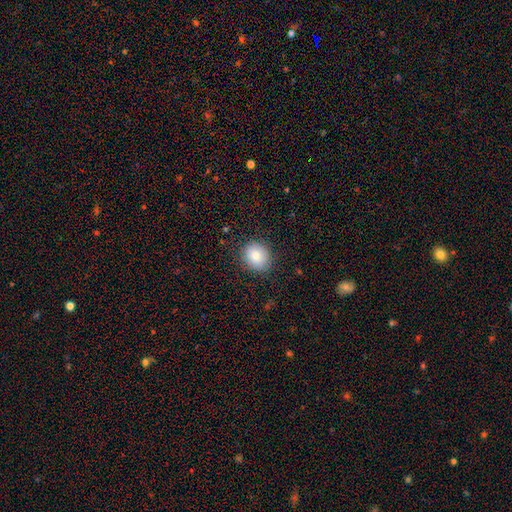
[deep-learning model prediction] A smooth galaxy with no disk features (81%) that is round (75%). Merging: none (86%).